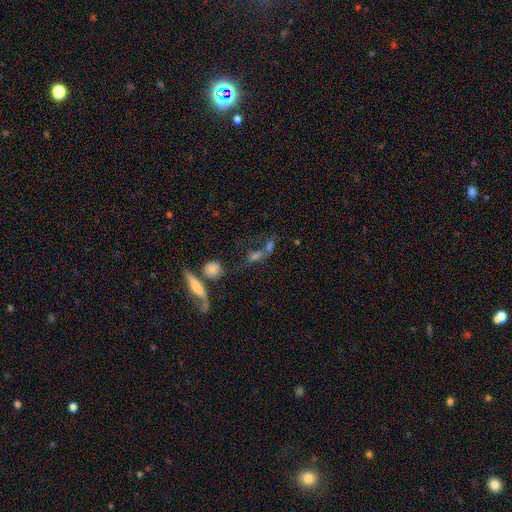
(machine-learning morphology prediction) This appears to be a smooth galaxy with no disk features (40%). Merging: none (40%).